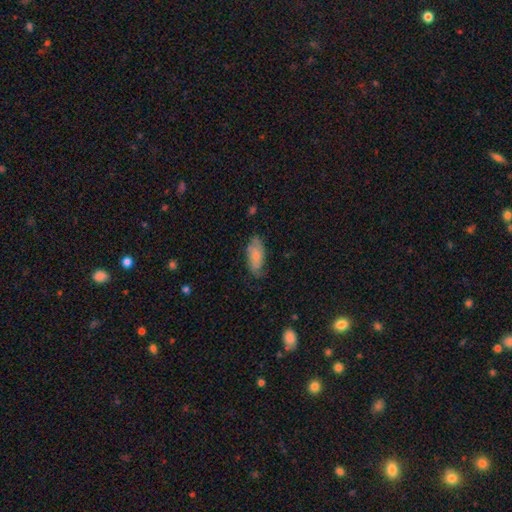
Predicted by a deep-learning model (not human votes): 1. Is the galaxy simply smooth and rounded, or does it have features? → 76% smooth, 17% featured or disk, 6% star or artifact.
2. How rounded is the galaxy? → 84% in between, 14% cigar-shaped, 2% round.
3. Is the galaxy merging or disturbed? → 68% none, 24% minor disturbance, 6% major disturbance, 2% merger.